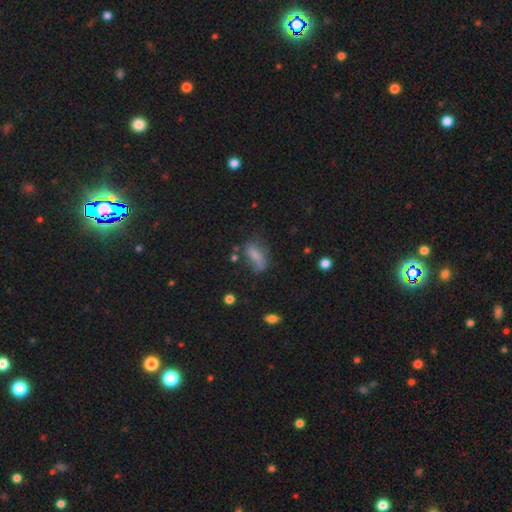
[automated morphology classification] A smooth galaxy with no disk features (65%) that is in between round and cigar-shaped (74%). Merging: none (42%).